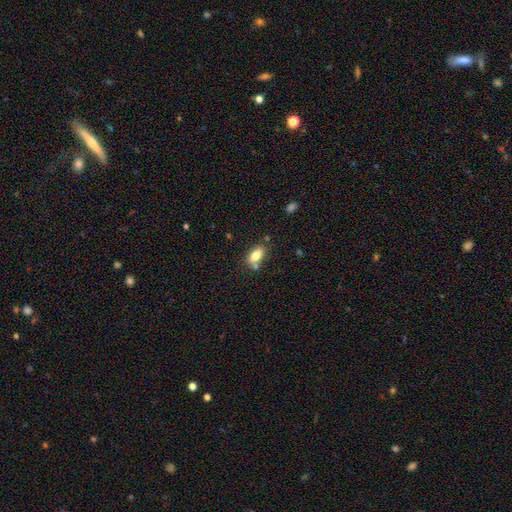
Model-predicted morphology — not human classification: The model was most divided on "merging": none: 68%, merger: 14%, minor disturbance: 14%, major disturbance: 4%. More confident: how rounded — in between (88%); smooth or featured — smooth (80%).